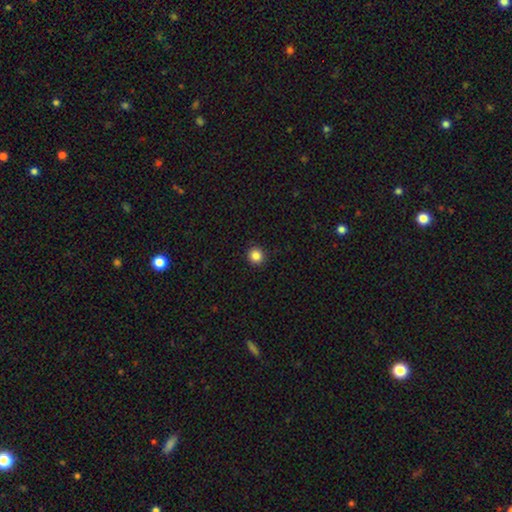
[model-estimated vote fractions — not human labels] Smooth or featured: smooth — 86% (star or artifact — 11%)
How rounded: round — 92% (in between — 7%)
Merging: none — 93% (minor disturbance — 5%)